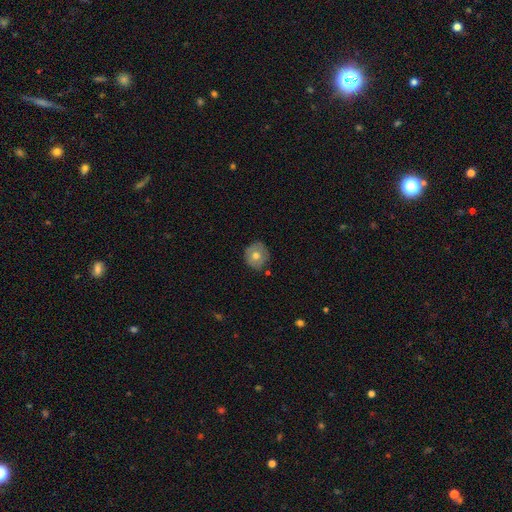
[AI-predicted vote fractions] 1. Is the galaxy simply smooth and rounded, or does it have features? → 65% smooth, 26% featured or disk, 8% star or artifact.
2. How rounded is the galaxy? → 87% round, 12% in between, 1% cigar-shaped.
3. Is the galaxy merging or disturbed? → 80% none, 15% minor disturbance, 3% major disturbance, 3% merger.